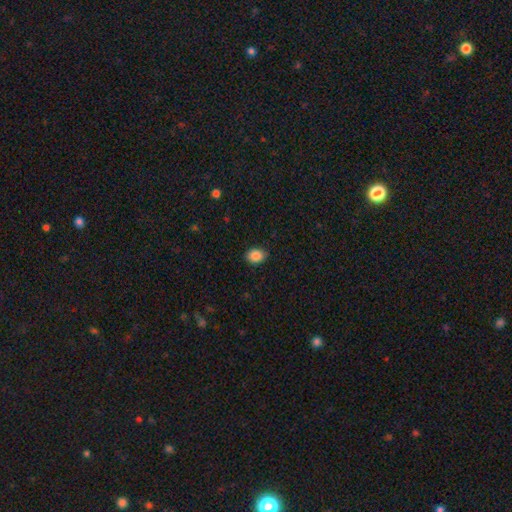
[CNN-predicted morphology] Q: Smooth or featured?
A: smooth (88%); runner-up: star or artifact (8%)
Q: How rounded?
A: in between (68%); runner-up: round (31%)
Q: Merging?
A: none (88%); runner-up: minor disturbance (9%)